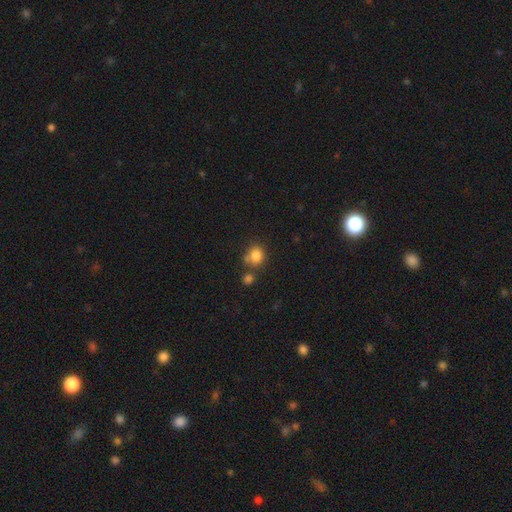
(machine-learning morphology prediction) Overall: smooth (83%). How rounded: round (76%). Merging: none (61%).